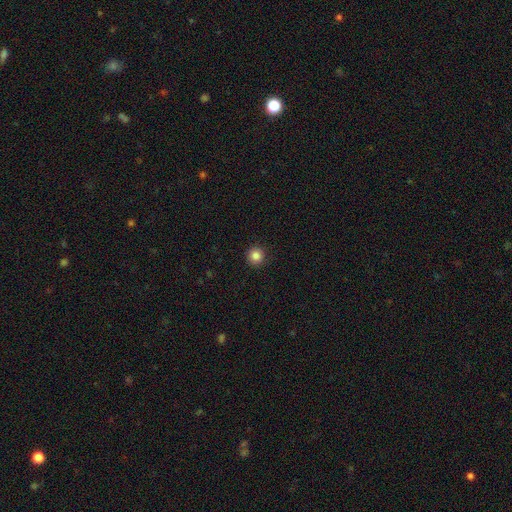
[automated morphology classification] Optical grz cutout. It shows a smooth galaxy with no disk features (85%) that is round (95%). Merging: none (93%).